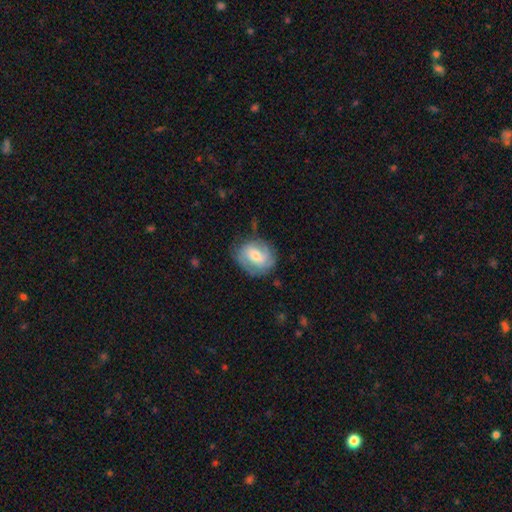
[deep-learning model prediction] Smooth or featured?
  - featured or disk: 56% *
  - smooth: 37%
  - star or artifact: 7%
Edge-on disk?
  - no: 97% *
  - yes: 3%
Bar?
  - no: 46% *
  - weak: 42%
  - strong: 12%
Spiral arms?
  - yes: 82% *
  - no: 18%
Bulge size?
  - moderate: 55% *
  - small: 37%
  - large: 6%
  - none: 2%
  - dominant: 1%
Merging?
  - none: 69% *
  - minor disturbance: 21%
  - major disturbance: 8%
  - merger: 2%